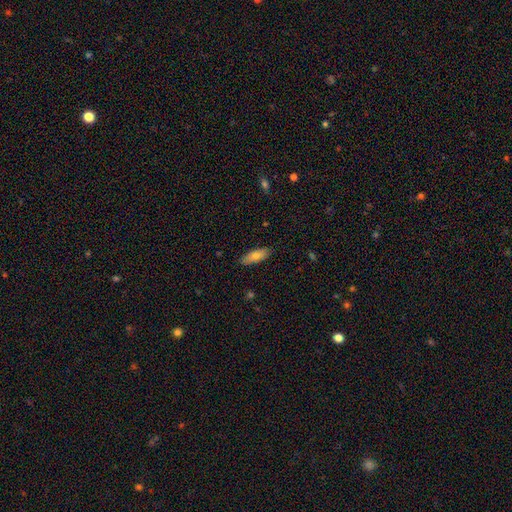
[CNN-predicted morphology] smooth_or_featured: smooth (p=0.74) [alt: featured or disk p=0.19]
how_rounded: in between (p=0.62) [alt: cigar-shaped p=0.36]
merging: none (p=0.87) [alt: minor disturbance p=0.10]